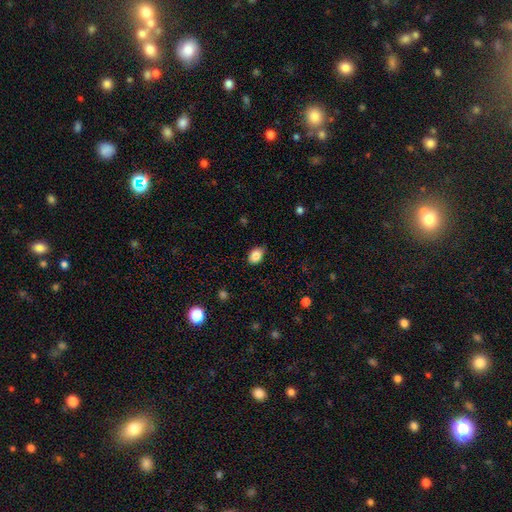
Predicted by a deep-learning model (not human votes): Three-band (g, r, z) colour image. It shows a smooth galaxy with no disk features (84%) that is in between round and cigar-shaped (80%). Merging: none (81%).